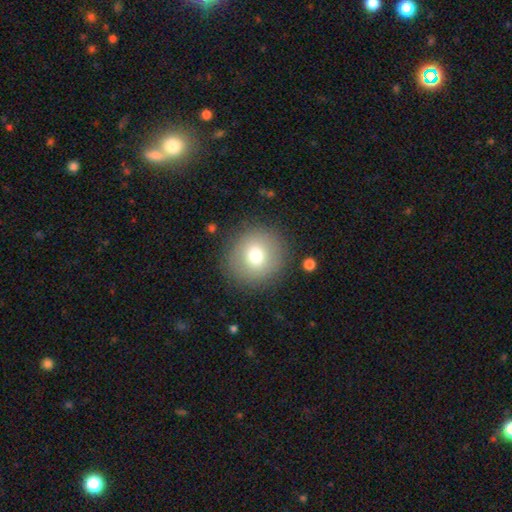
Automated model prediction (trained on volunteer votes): Smooth or featured: smooth — 73% (featured or disk — 15%)
How rounded: round — 93% (in between — 6%)
Merging: none — 87% (minor disturbance — 8%)